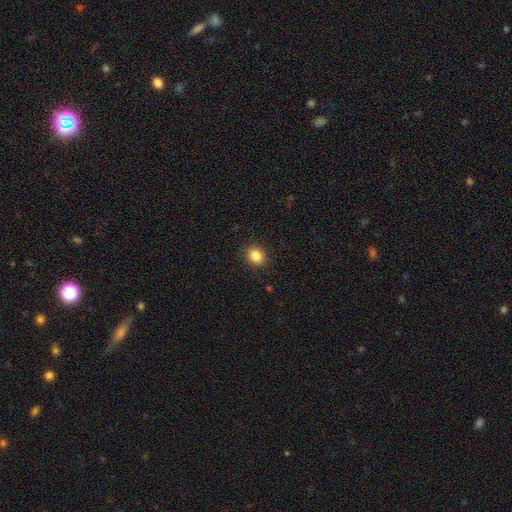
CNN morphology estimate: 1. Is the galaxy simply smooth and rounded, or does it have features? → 86% smooth, 10% star or artifact, 4% featured or disk.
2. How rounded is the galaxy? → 75% round, 24% in between, 1% cigar-shaped.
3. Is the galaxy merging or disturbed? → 90% none, 7% minor disturbance, 2% major disturbance, 1% merger.